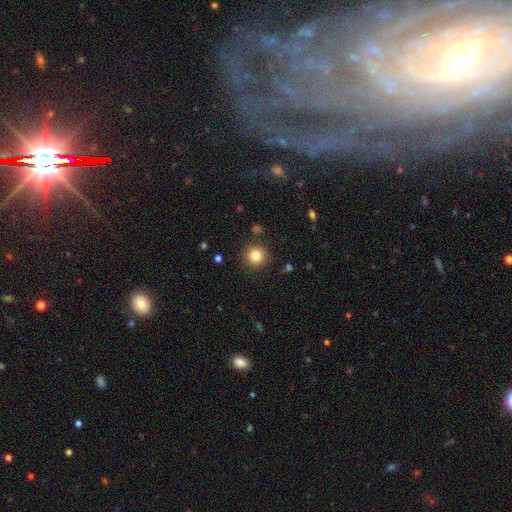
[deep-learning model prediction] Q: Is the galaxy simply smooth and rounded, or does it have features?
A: smooth — 83%.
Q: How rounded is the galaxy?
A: round — 94%.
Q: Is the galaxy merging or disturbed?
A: none — 89%.